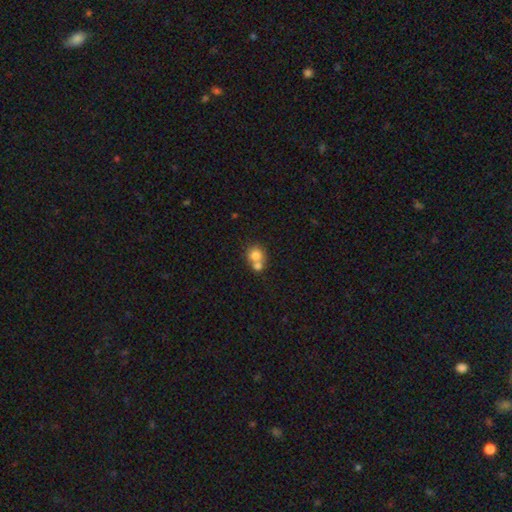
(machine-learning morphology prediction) This is likely a smooth galaxy (77%). How rounded: clearly round (84%). Merging: possibly merger (54%).